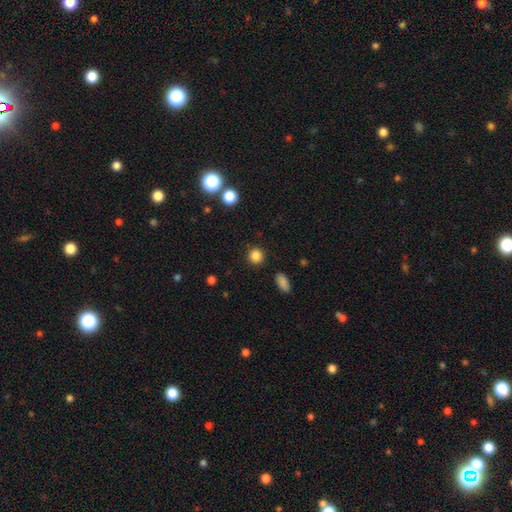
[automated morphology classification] Overall: smooth (86%). How rounded: round (91%). Merging: none (91%).